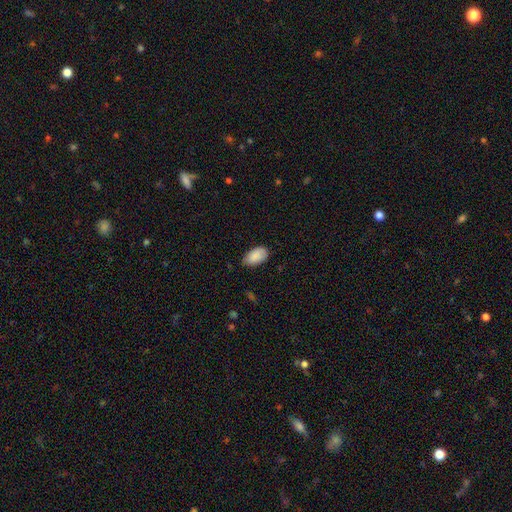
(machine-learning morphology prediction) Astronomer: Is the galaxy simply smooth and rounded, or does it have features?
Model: smooth — 87%.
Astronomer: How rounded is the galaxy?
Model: in between — 94%.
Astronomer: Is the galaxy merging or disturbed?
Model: none — 65%.